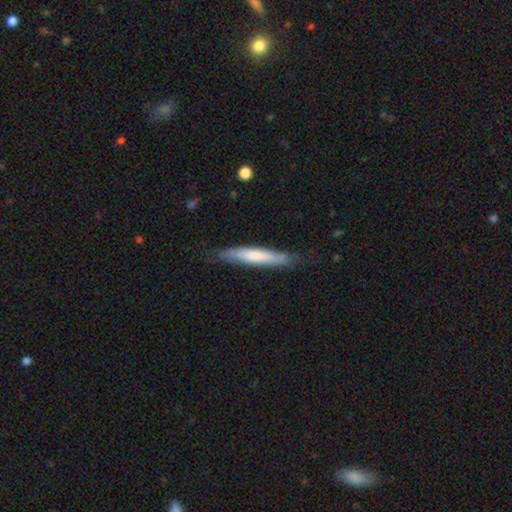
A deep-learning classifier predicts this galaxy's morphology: A smooth galaxy with no disk features (66%) that is cigar-shaped (91%). Merging: none (80%).